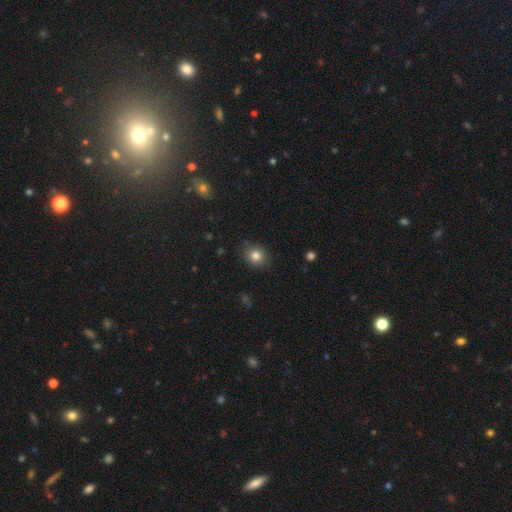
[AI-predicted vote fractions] Q: Smooth or featured?
A: smooth (82%); runner-up: star or artifact (11%)
Q: How rounded?
A: round (72%); runner-up: in between (27%)
Q: Merging?
A: none (87%); runner-up: minor disturbance (10%)